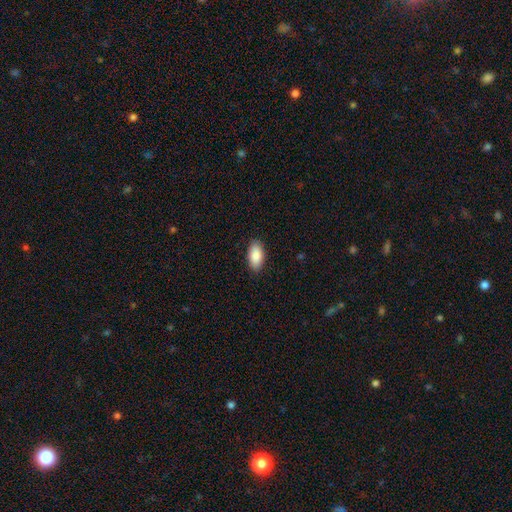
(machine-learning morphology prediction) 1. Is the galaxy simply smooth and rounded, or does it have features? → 88% smooth, 6% star or artifact, 6% featured or disk.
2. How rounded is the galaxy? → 93% in between, 4% cigar-shaped, 3% round.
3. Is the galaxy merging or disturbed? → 88% none, 9% minor disturbance, 2% major disturbance, 1% merger.